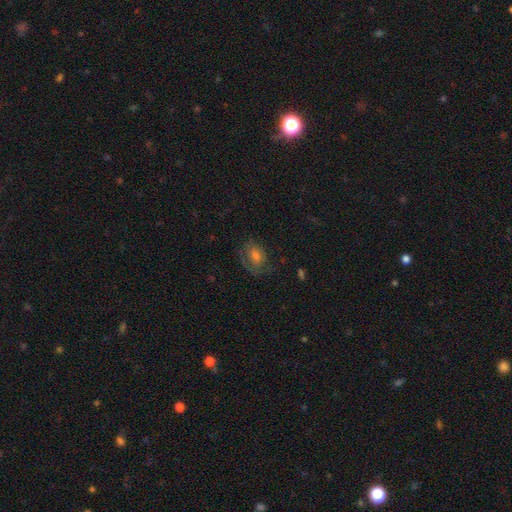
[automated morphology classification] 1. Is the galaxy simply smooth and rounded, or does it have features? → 43% smooth, 41% featured or disk, 16% star or artifact.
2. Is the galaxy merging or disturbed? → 60% none, 22% minor disturbance, 17% major disturbance, 2% merger.